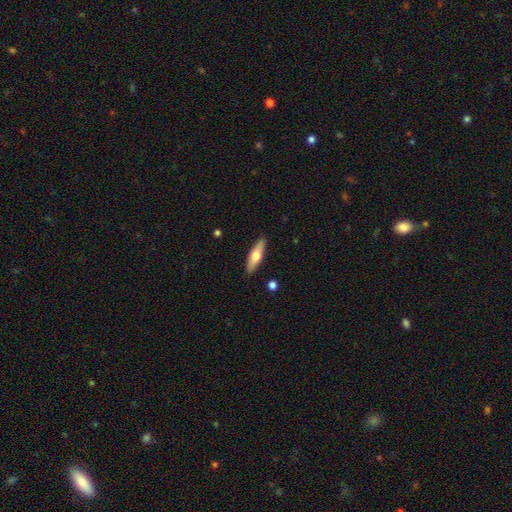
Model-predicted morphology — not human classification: A smooth galaxy with no disk features (57%) that is cigar-shaped (51%). Merging: none (89%).